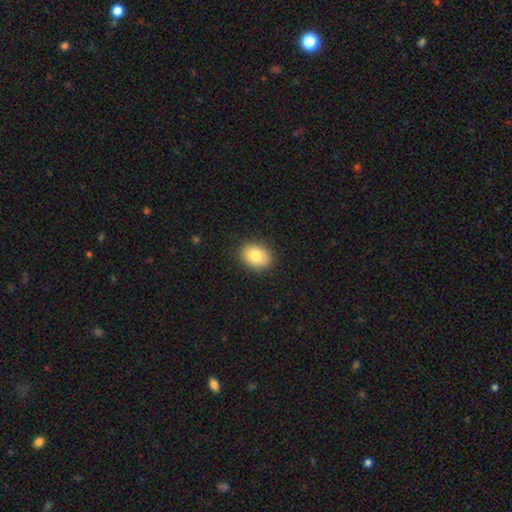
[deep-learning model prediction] A smooth galaxy with no disk features (83%) that is in between round and cigar-shaped (65%). Merging: none (89%).